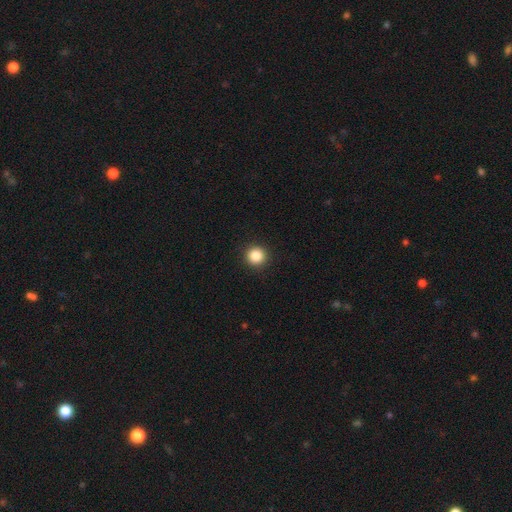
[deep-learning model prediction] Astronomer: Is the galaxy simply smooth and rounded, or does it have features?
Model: smooth — 86%.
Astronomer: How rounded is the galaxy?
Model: round — 95%.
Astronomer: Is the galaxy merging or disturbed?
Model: none — 93%.